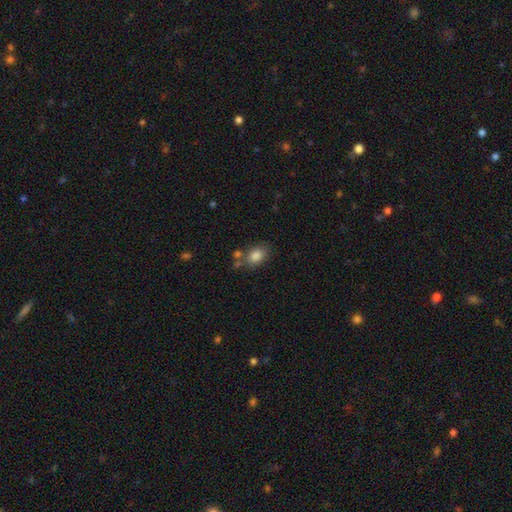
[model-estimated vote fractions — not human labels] A smooth galaxy with no disk features (84%) that is in between round and cigar-shaped (77%). Merging: none (64%).